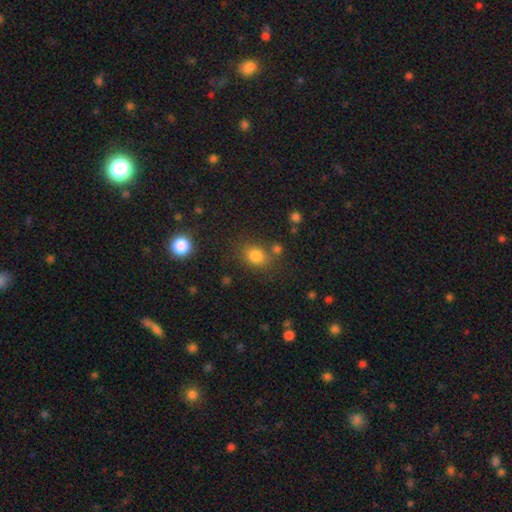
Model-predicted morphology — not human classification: Q: Smooth or featured?
A: smooth (80%); runner-up: star or artifact (14%)
Q: How rounded?
A: round (56%); runner-up: in between (43%)
Q: Merging?
A: none (69%); runner-up: minor disturbance (13%)